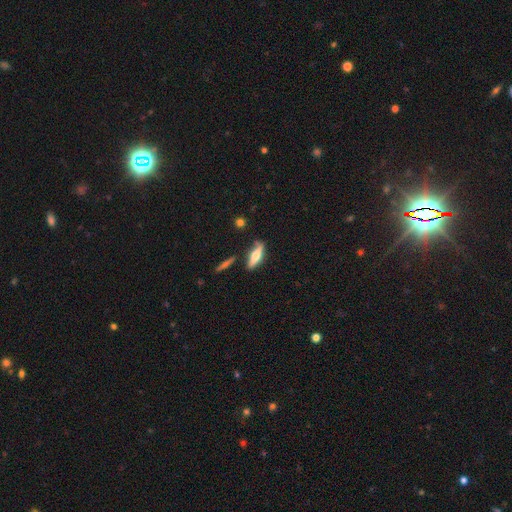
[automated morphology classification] Smooth or featured? Predicted: smooth (p=0.53). How rounded? Predicted: cigar-shaped (p=0.51). Merging? Predicted: none (p=0.66).